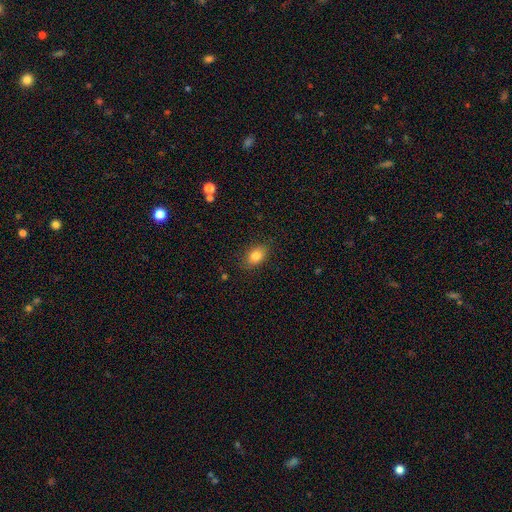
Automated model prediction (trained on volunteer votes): smooth_or_featured: smooth (p=0.83) [alt: star or artifact p=0.09]
how_rounded: in between (p=0.84) [alt: round p=0.15]
merging: none (p=0.84) [alt: minor disturbance p=0.12]